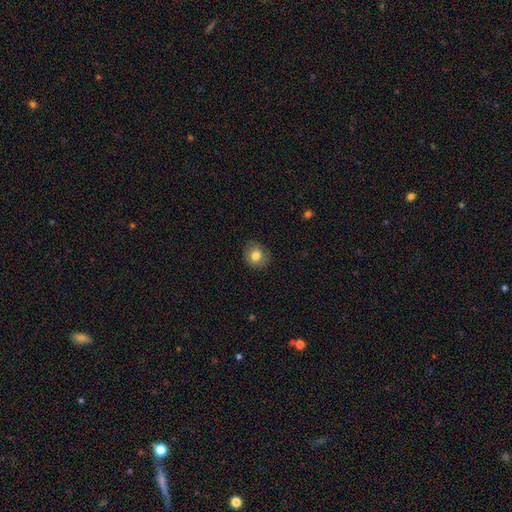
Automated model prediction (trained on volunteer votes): Q: Smooth or featured?
A: smooth (80%); runner-up: featured or disk (11%)
Q: How rounded?
A: round (75%); runner-up: in between (24%)
Q: Merging?
A: none (83%); runner-up: minor disturbance (14%)